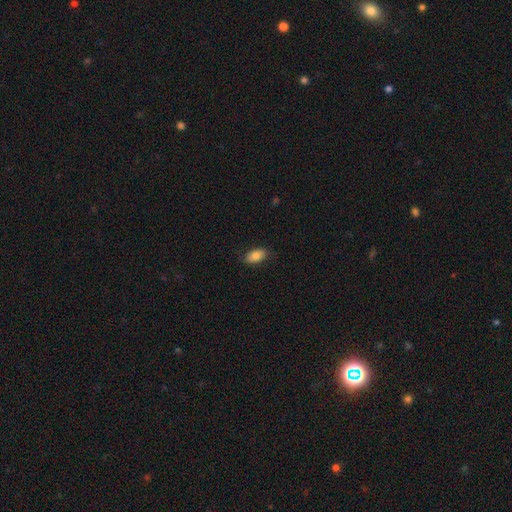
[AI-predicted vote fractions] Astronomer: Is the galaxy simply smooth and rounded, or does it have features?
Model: smooth — 84%.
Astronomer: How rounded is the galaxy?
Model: in between — 92%.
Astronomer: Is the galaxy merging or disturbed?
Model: none — 82%.